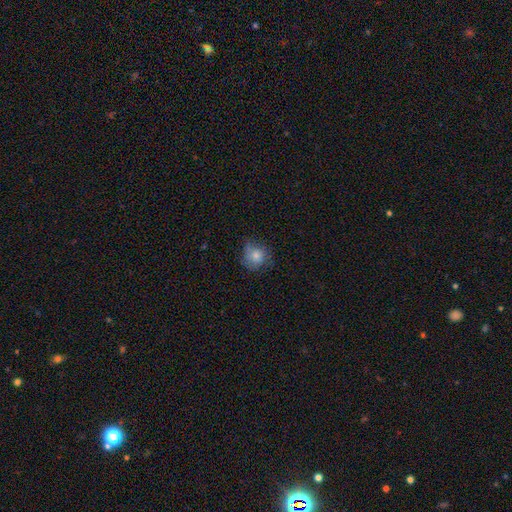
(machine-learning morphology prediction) Q: Smooth or featured?
A: smooth (75%); runner-up: featured or disk (15%)
Q: How rounded?
A: round (80%); runner-up: in between (19%)
Q: Merging?
A: none (62%); runner-up: minor disturbance (27%)